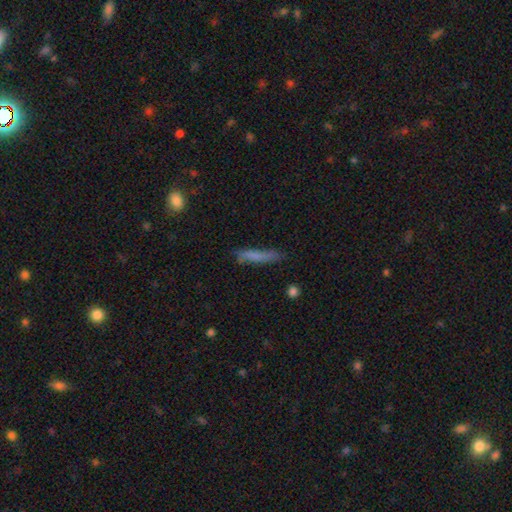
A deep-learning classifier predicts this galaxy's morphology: smooth 70%, featured or disk 22%, star or artifact 8%. Down the decision tree: how rounded — cigar-shaped (90%); merging — none (70%).